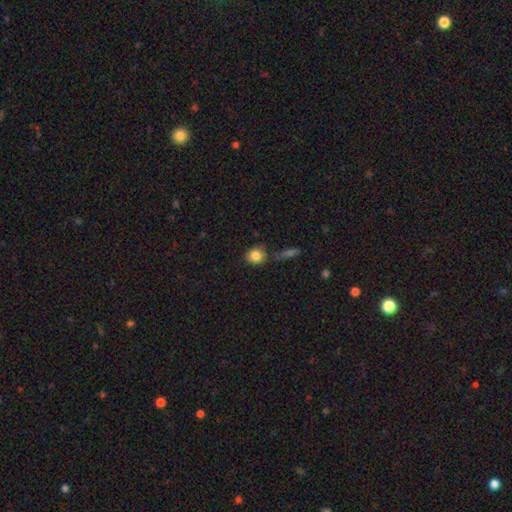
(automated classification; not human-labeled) smooth-or-featured: smooth: 84% | star or artifact: 9% | featured or disk: 7%
  how-rounded: round: 79% | in between: 20% | cigar-shaped: 1%
  merging: none: 74% | minor disturbance: 15% | merger: 7% | major disturbance: 4%